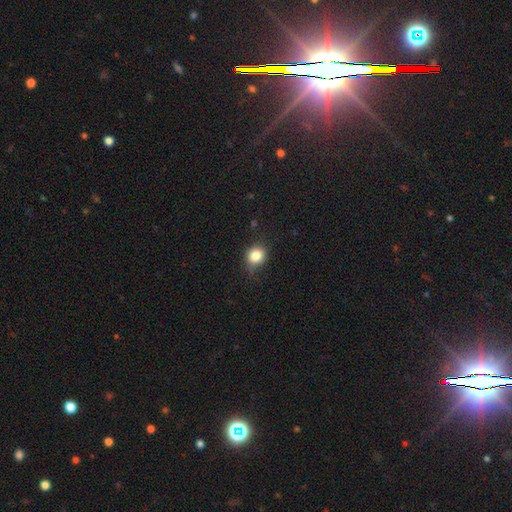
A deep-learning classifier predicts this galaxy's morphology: type=smooth (82%); roundness=round (78%); merging=none (72%).